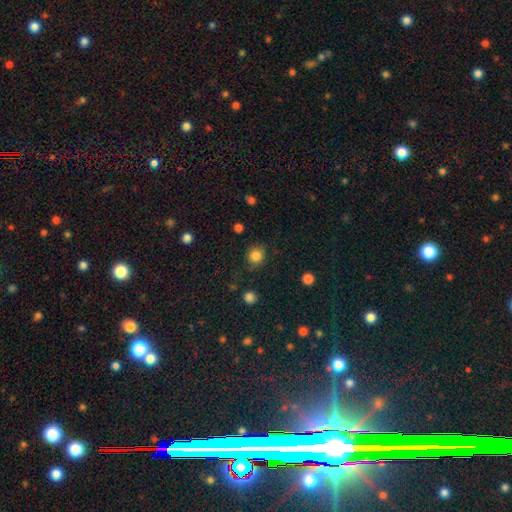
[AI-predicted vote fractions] Smooth or featured? Predicted: smooth (p=0.84). How rounded? Predicted: round (p=0.87). Merging? Predicted: none (p=0.81).